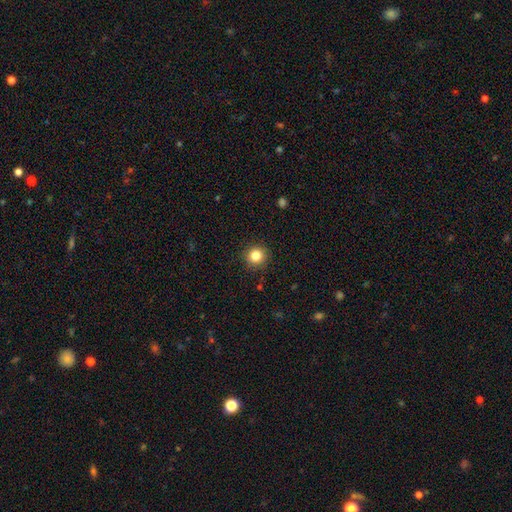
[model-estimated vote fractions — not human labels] This appears to be a smooth galaxy with no disk features (83%) that is round (93%). Merging: none (91%).